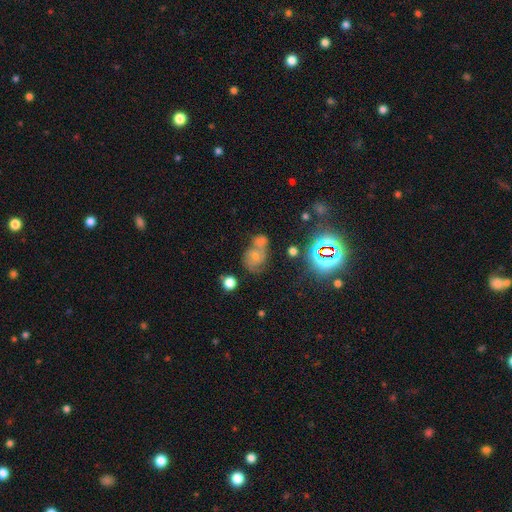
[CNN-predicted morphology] This is marginally a smooth galaxy (44%). Merging: possibly merger (49%).